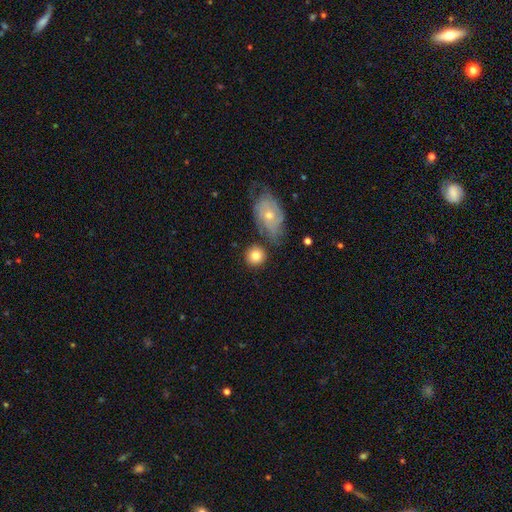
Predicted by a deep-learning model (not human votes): Morphology: type=smooth (79%); roundness=round (87%); merging=none (71%).